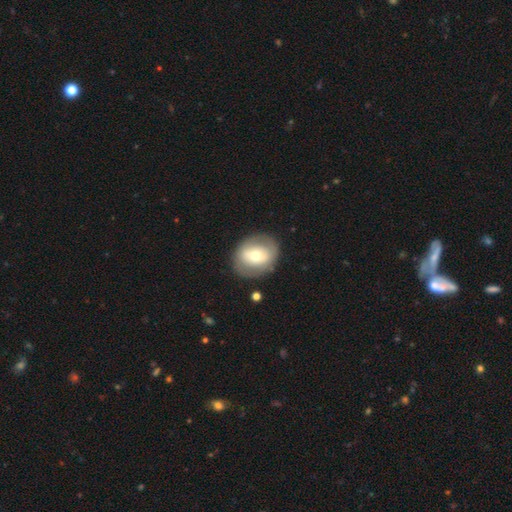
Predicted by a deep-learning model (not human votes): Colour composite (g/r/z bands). It shows a smooth galaxy with no disk features (51%) that is round (58%). Merging: none (83%).